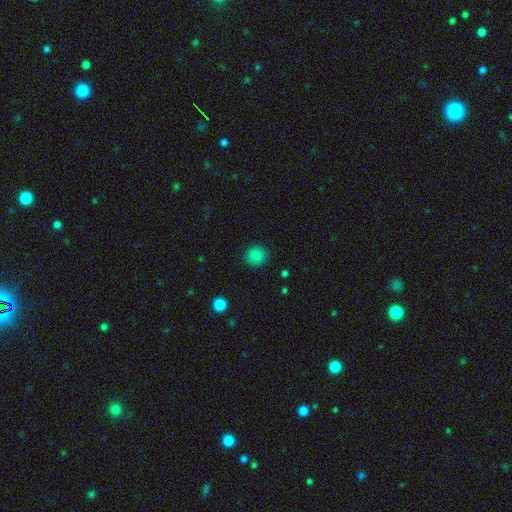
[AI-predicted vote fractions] This appears to be a smooth galaxy with no disk features (85%) that is round (92%). Merging: none (90%).